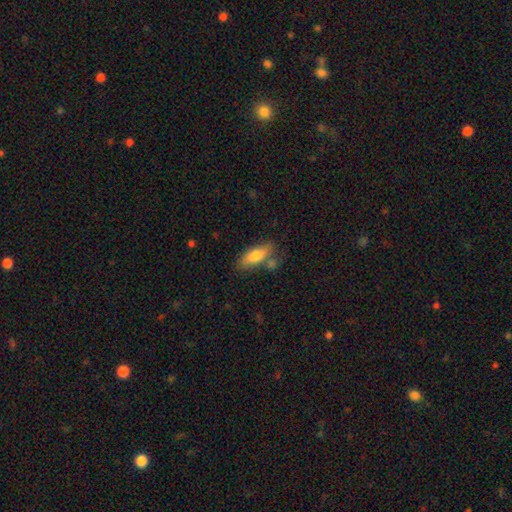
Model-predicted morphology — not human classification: smooth 75%, featured or disk 19%, star or artifact 6%. Down the decision tree: how rounded — in between (65%); merging — none (67%).